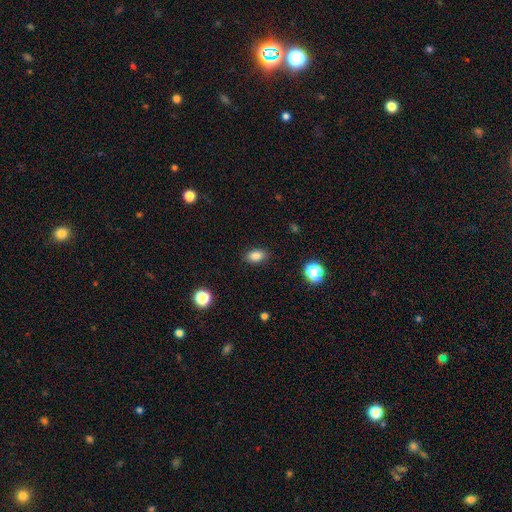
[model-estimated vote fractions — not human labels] smooth_or_featured: smooth (p=0.85) [alt: star or artifact p=0.10]
how_rounded: in between (p=0.86) [alt: round p=0.12]
merging: none (p=0.87) [alt: minor disturbance p=0.09]